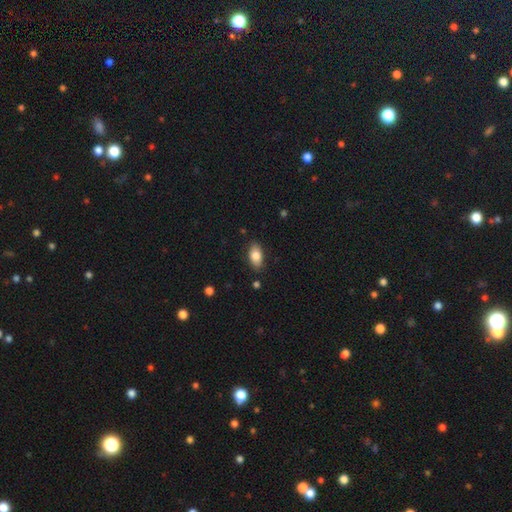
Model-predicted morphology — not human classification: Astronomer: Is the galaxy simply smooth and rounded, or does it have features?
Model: smooth — 82%.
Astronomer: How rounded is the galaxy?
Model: in between — 91%.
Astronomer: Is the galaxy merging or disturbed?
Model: none — 85%.